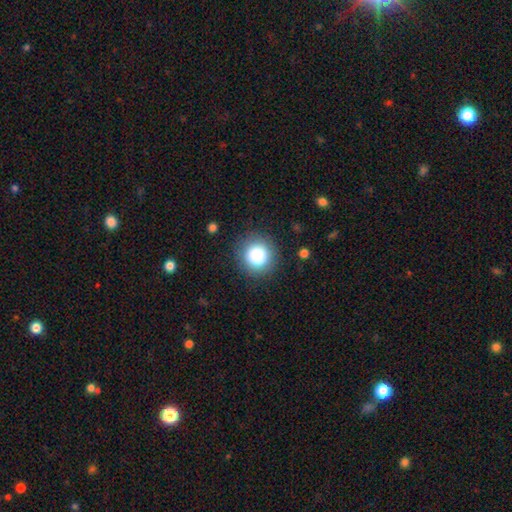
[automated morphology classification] Smooth or featured? smooth (84%)
How rounded? round (94%)
Merging? none (88%)